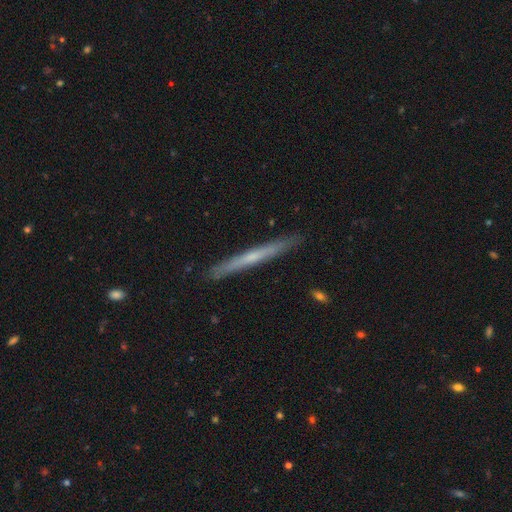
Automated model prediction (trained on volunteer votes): This is likely a featured or disk galaxy (61%). It is clearly viewed edge-on (96%). Edge-on bulge: possibly none (56%). Merging: clearly none (90%).